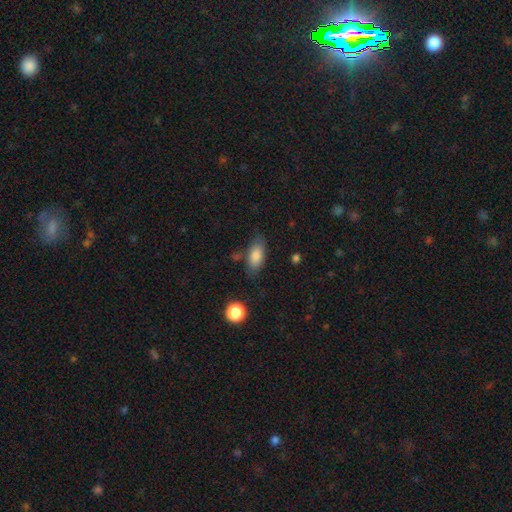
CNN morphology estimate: The model was most divided on "merging": none: 72%, minor disturbance: 19%, major disturbance: 5%, merger: 5%. More confident: how rounded — in between (86%); smooth or featured — smooth (82%).